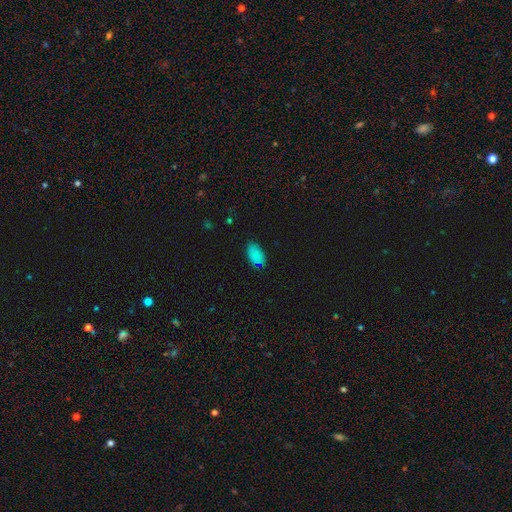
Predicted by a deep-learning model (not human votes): smooth 84%, star or artifact 10%, featured or disk 6%. Down the decision tree: how rounded — in between (94%); merging — none (74%).